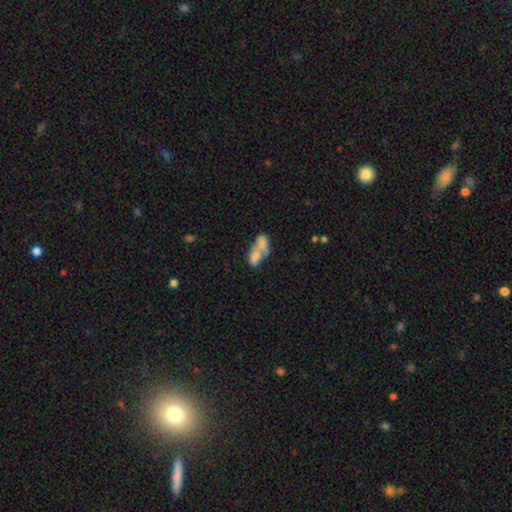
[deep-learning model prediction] The model was most divided on "smooth or featured": smooth: 68%, featured or disk: 23%, star or artifact: 9%. More confident: how rounded — in between (85%); merging — merger (77%).